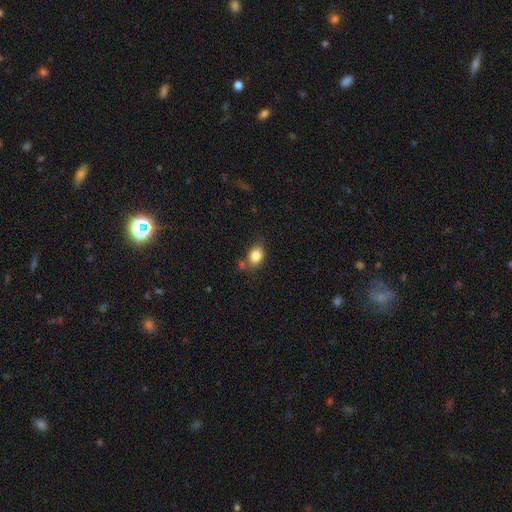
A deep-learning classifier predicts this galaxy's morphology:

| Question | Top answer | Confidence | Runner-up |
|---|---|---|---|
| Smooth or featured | smooth | 82% | star or artifact (9%) |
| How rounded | in between | 70% | round (29%) |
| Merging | none | 64% | minor disturbance (20%) |